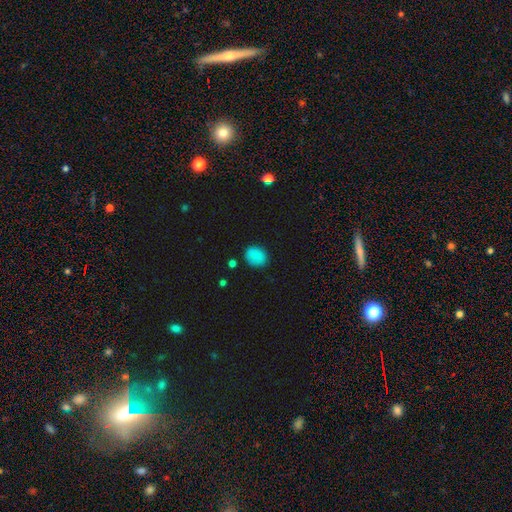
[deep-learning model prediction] Q: Smooth or featured?
A: smooth (85%); runner-up: star or artifact (10%)
Q: How rounded?
A: round (56%); runner-up: in between (43%)
Q: Merging?
A: none (84%); runner-up: minor disturbance (11%)